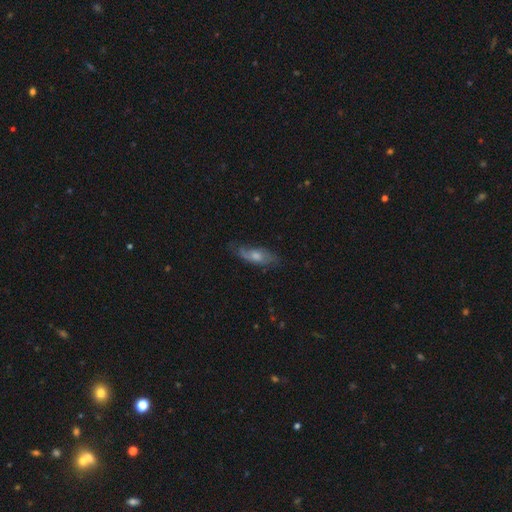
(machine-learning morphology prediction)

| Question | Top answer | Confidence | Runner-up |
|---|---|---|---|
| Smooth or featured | featured or disk | 52% | smooth (41%) |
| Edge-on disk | no | 77% | yes (23%) |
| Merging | none | 65% | minor disturbance (25%) |